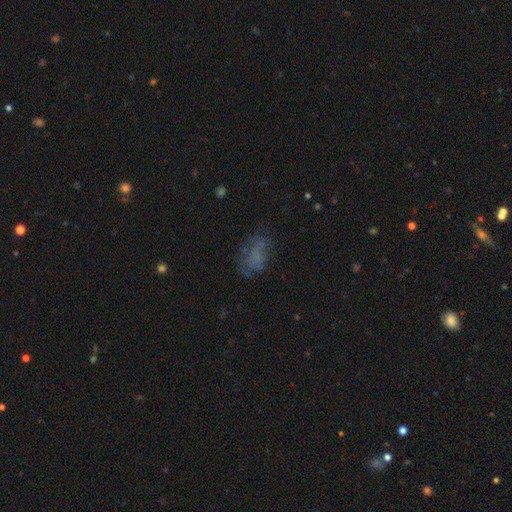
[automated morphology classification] The model was most divided on "smooth or featured": smooth: 45%, featured or disk: 33%, star or artifact: 21%. Remaining: merging — none (50%).